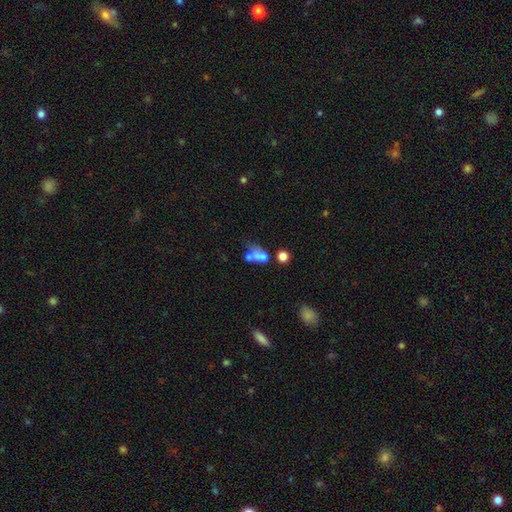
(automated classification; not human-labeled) A smooth galaxy with no disk features (60%) that is in between round and cigar-shaped (68%).

Vote fractions:
- Smooth or featured? smooth: 60% / featured or disk: 25% / star or artifact: 15%
- How rounded? in between: 68% / round: 27% / cigar-shaped: 5%
- Merging? merger: 49% / none: 20% / major disturbance: 19% / minor disturbance: 13%